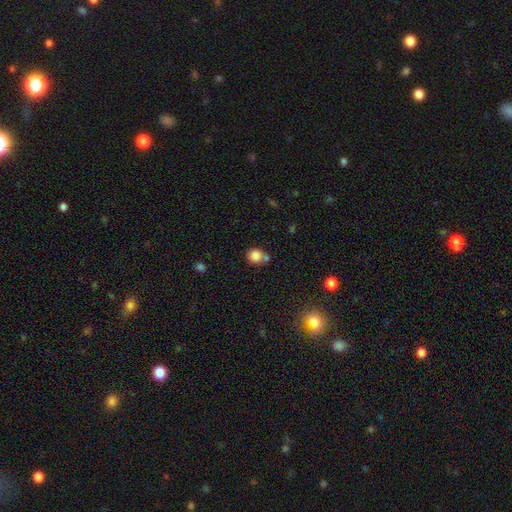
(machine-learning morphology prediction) A smooth galaxy with no disk features (84%) that is round (85%).

Vote fractions:
- Smooth or featured? smooth: 84% / star or artifact: 11% / featured or disk: 6%
- How rounded? round: 85% / in between: 14% / cigar-shaped: 1%
- Merging? none: 56% / merger: 27% / minor disturbance: 13% / major disturbance: 4%